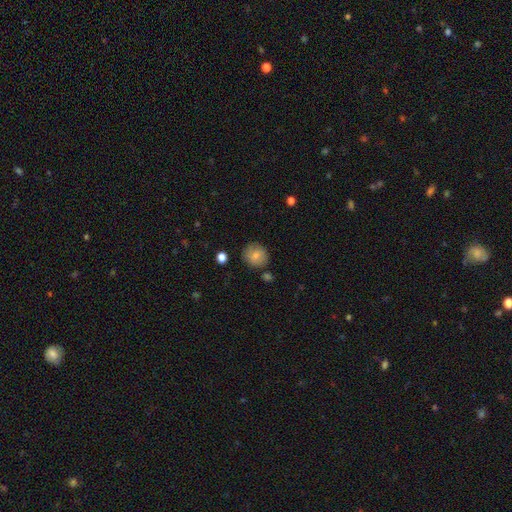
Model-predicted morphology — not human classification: A smooth galaxy with no disk features (79%) that is round (88%).

Vote fractions:
- Smooth or featured? smooth: 79% / featured or disk: 12% / star or artifact: 8%
- How rounded? round: 88% / in between: 11% / cigar-shaped: 1%
- Merging? none: 81% / minor disturbance: 12% / merger: 4% / major disturbance: 3%